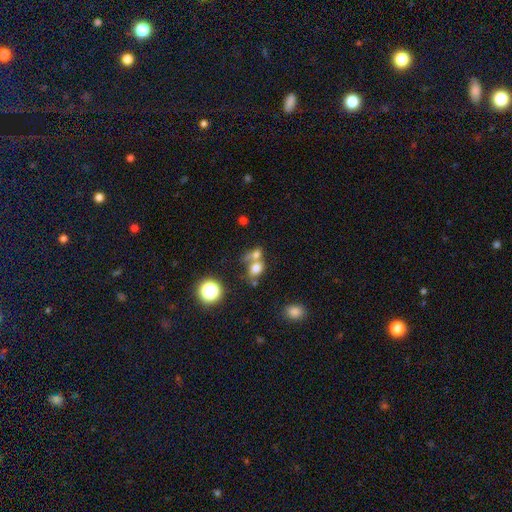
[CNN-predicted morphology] Smooth or featured? smooth (71%)
How rounded? in between (52%)
Merging? merger (58%)